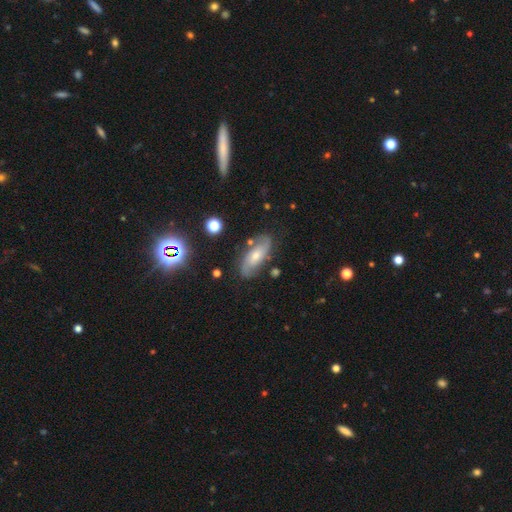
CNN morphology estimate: smooth_or_featured: featured or disk (p=0.60) [alt: smooth p=0.30]
disk_edge_on: no (p=0.86) [alt: yes p=0.14]
bar: no (p=0.63) [alt: weak p=0.29]
has_spiral_arms: yes (p=0.87) [alt: no p=0.13]
bulge_size: moderate (p=0.50) [alt: small p=0.41]
merging: none (p=0.75) [alt: minor disturbance p=0.17]